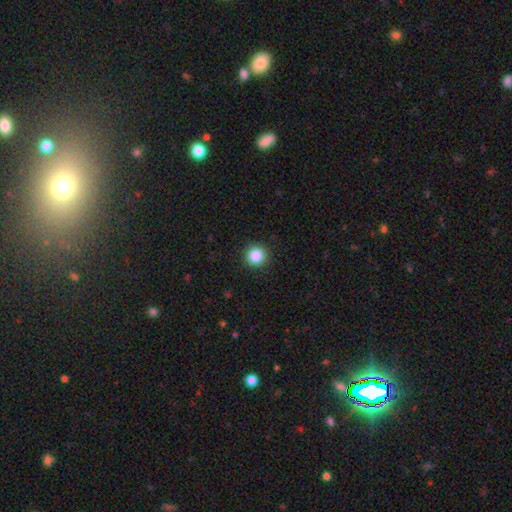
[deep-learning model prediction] Smooth or featured: smooth — 87% (star or artifact — 10%)
How rounded: round — 95% (in between — 4%)
Merging: none — 92% (minor disturbance — 5%)